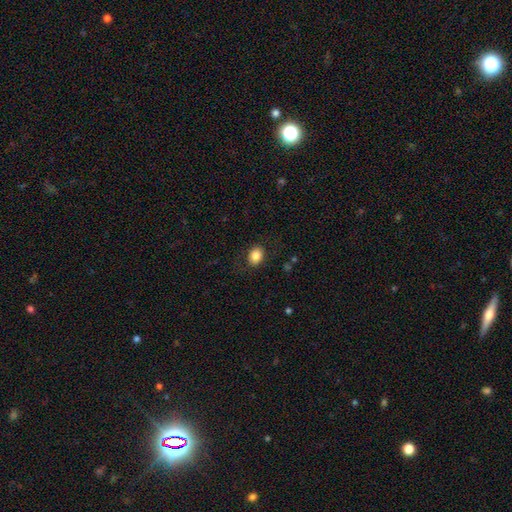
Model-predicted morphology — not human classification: Smooth or featured? Predicted: smooth (p=0.85). How rounded? Predicted: in between (p=0.60). Merging? Predicted: none (p=0.84).